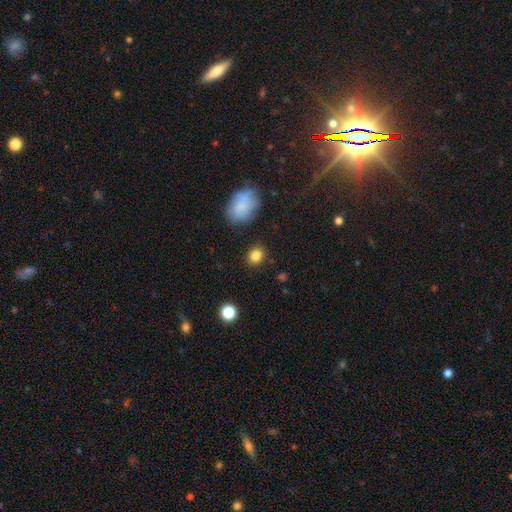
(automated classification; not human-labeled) This is clearly a smooth galaxy (84%). How rounded: possibly round (56%). Merging: clearly none (86%).